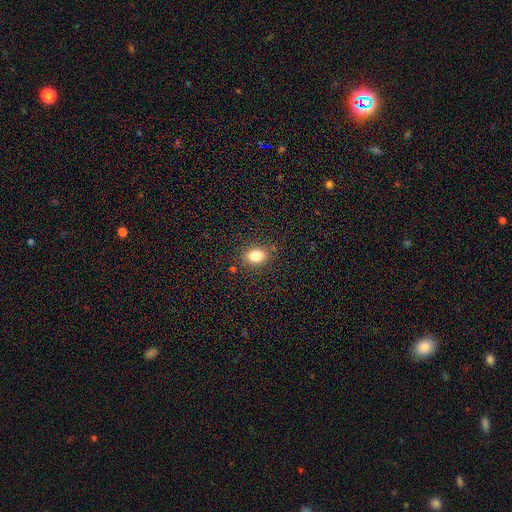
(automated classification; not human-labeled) Overall: smooth (82%). How rounded: in between (69%; round 29%). Merging: none (83%).